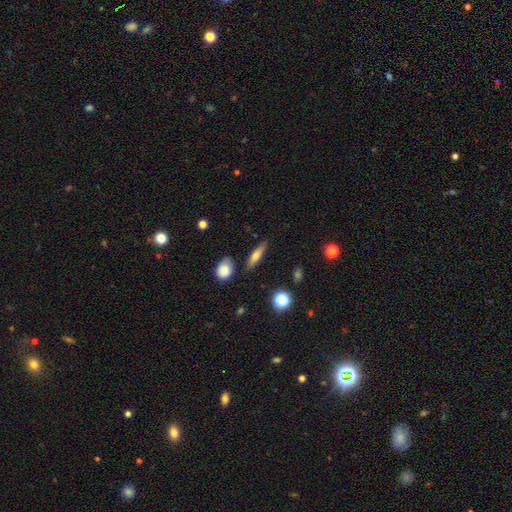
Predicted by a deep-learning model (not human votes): Q: Smooth or featured?
A: smooth (60%); runner-up: featured or disk (31%)
Q: How rounded?
A: cigar-shaped (66%); runner-up: in between (29%)
Q: Merging?
A: none (84%); runner-up: minor disturbance (11%)